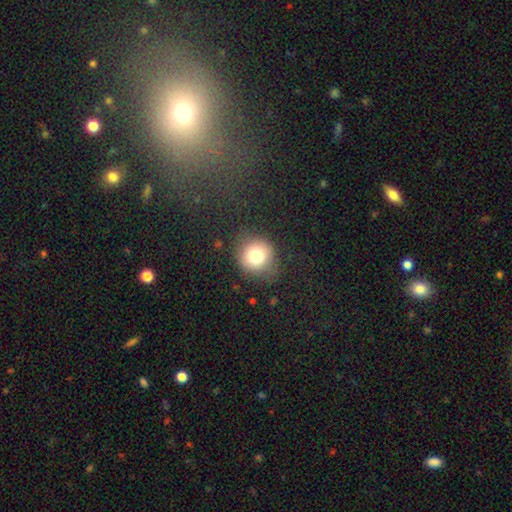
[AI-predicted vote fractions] smooth_or_featured: smooth (p=0.80) [alt: star or artifact p=0.10]
how_rounded: round (p=0.87) [alt: in between p=0.12]
merging: none (p=0.76) [alt: minor disturbance p=0.16]